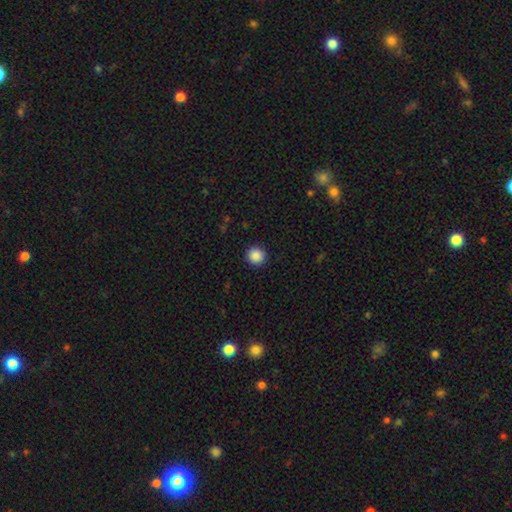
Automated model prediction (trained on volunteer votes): This appears to be a smooth galaxy with no disk features (88%) that is round (94%). Merging: none (92%).